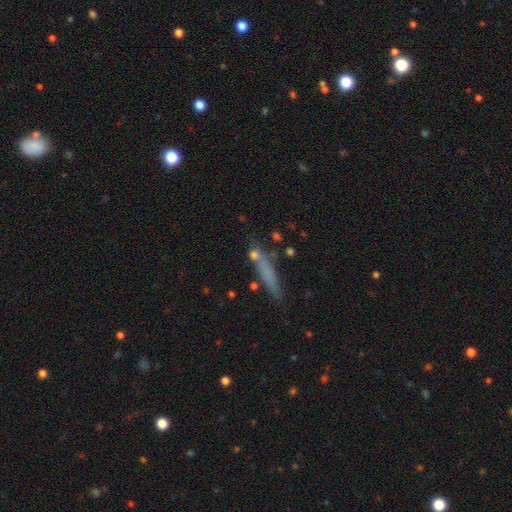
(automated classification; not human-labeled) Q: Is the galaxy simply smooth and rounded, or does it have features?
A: smooth — 60%.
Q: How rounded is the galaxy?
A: cigar-shaped — 88%.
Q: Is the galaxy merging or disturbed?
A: none — 72%.